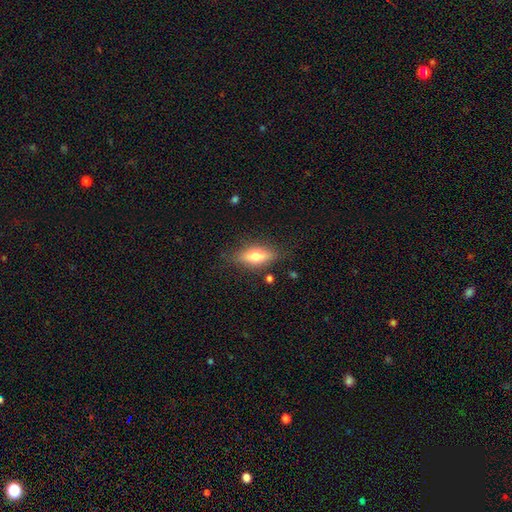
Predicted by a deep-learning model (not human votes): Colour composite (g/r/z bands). It shows a smooth galaxy with no disk features (59%) that is in between round and cigar-shaped (67%). Merging: none (80%).